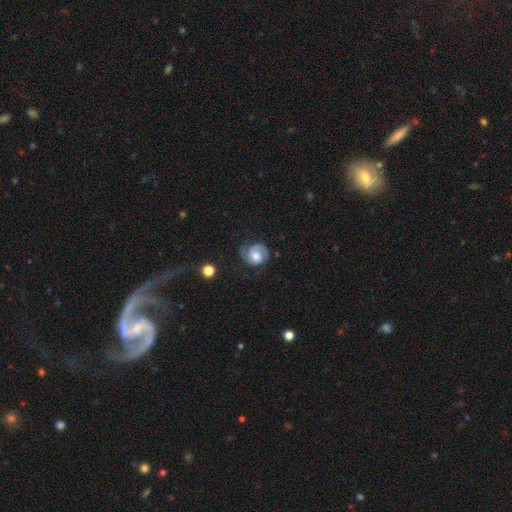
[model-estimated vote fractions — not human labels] smooth_or_featured: featured or disk (p=0.66) [alt: smooth p=0.27]
disk_edge_on: no (p=0.98) [alt: yes p=0.02]
bar: no (p=0.59) [alt: weak p=0.34]
has_spiral_arms: yes (p=0.92) [alt: no p=0.08]
spiral_winding: tight (p=0.45) [alt: medium p=0.39]
spiral_arm_count: 2 (p=0.68) [alt: 1 p=0.17]
bulge_size: moderate (p=0.58) [alt: small p=0.29]
merging: none (p=0.61) [alt: minor disturbance p=0.23]